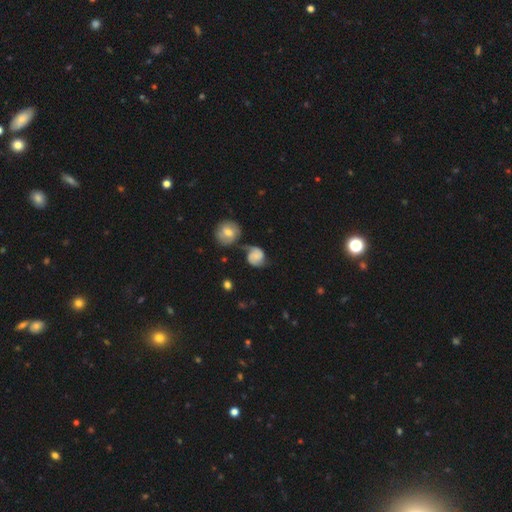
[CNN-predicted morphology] The model was most divided on "bulge size": none: 37%, small: 33%, moderate: 22%, large: 6%, dominant: 3%. More confident: edge-on disk — no (97%); spiral arms — yes (90%); bar — no (64%); merging — none (54%); smooth or featured — featured or disk (52%).